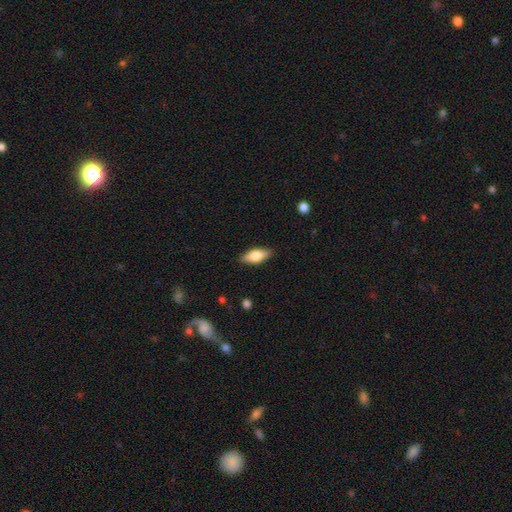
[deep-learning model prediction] Smooth or featured? Predicted: smooth (p=0.71). How rounded? Predicted: in between (p=0.76). Merging? Predicted: none (p=0.87).